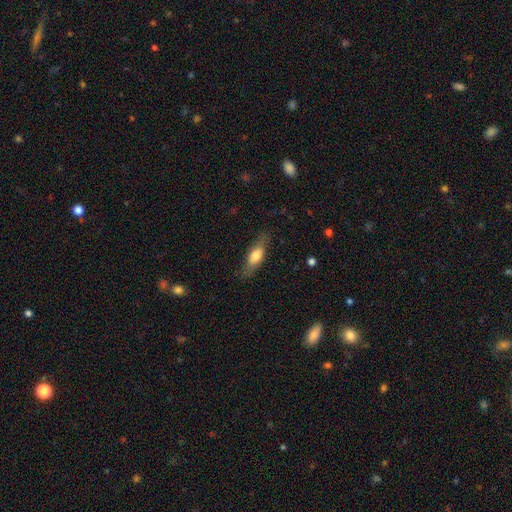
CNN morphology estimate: Smooth or featured? smooth (64%)
How rounded? in between (60%)
Merging? none (78%)